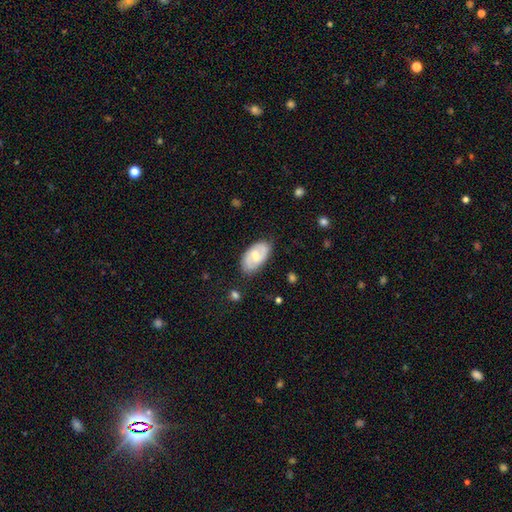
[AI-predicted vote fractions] The model was most divided on "bar": weak: 50%, no: 37%, strong: 13%. More confident: edge-on disk — no (95%); spiral arms — yes (82%); merging — none (78%); smooth or featured — featured or disk (59%); bulge size — moderate (58%).